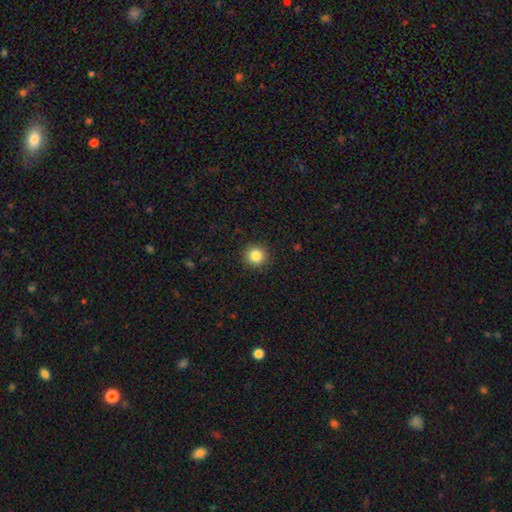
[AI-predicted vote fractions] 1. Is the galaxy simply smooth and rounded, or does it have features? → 85% smooth, 10% star or artifact, 4% featured or disk.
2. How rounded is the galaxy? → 94% round, 5% in between, 1% cigar-shaped.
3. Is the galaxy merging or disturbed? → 91% none, 6% minor disturbance, 2% major disturbance, 1% merger.